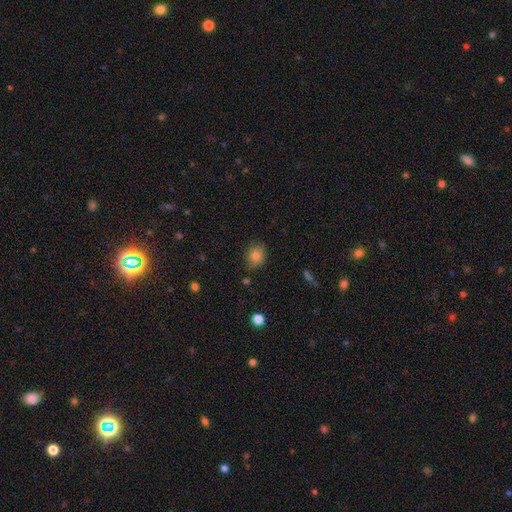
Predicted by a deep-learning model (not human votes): Overall: smooth (81%). How rounded: round (65%; in between 34%). Merging: none (81%).